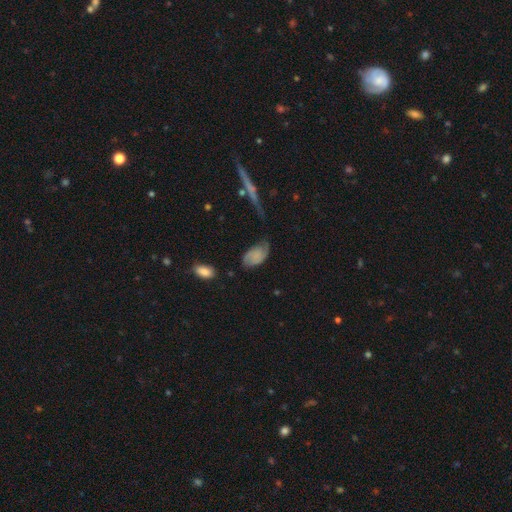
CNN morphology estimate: Smooth or featured? smooth (57%)
How rounded? in between (92%)
Merging? none (50%)